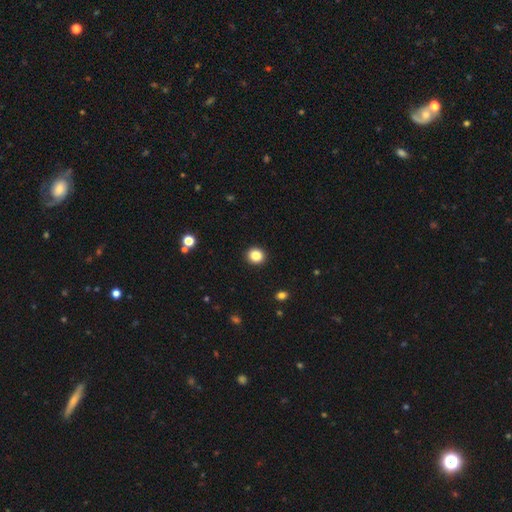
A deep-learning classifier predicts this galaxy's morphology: Smooth or featured?
  - smooth: 85% *
  - star or artifact: 11%
  - featured or disk: 4%
How rounded?
  - round: 88% *
  - in between: 11%
  - cigar-shaped: 1%
Merging?
  - none: 93% *
  - minor disturbance: 5%
  - major disturbance: 2%
  - merger: 1%